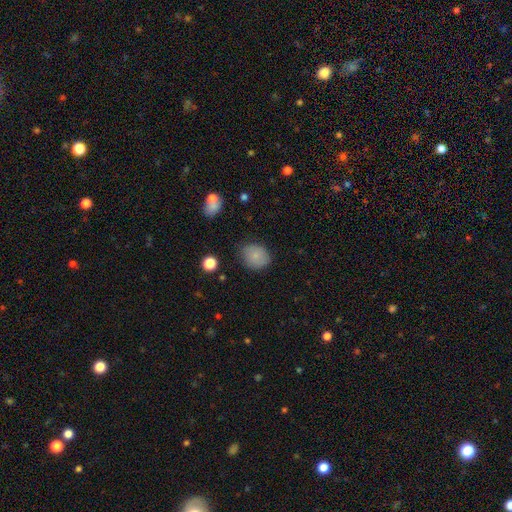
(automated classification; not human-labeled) smooth_or_featured: smooth (p=0.83) [alt: star or artifact p=0.09]
how_rounded: round (p=0.67) [alt: in between p=0.32]
merging: none (p=0.76) [alt: minor disturbance p=0.18]